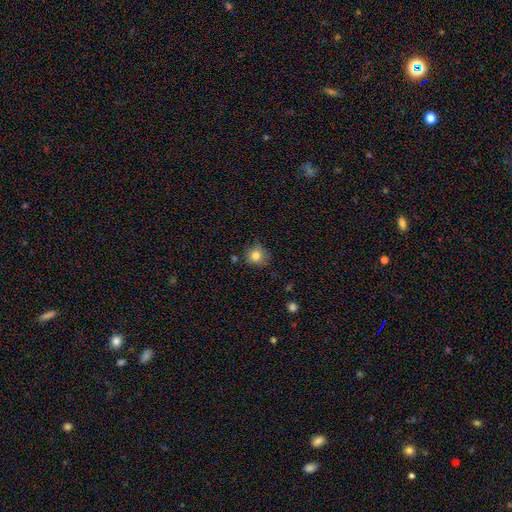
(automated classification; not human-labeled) Smooth or featured? smooth (81%)
How rounded? round (85%)
Merging? none (75%)